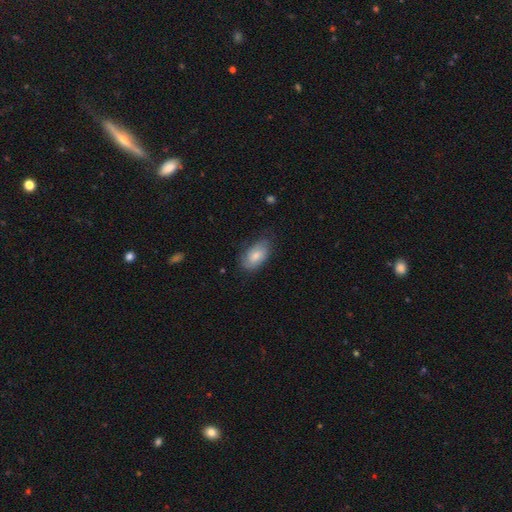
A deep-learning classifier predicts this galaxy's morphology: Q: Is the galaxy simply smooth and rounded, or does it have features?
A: smooth — 78%.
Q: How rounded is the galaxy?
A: in between — 93%.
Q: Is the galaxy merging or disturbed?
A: none — 65%.